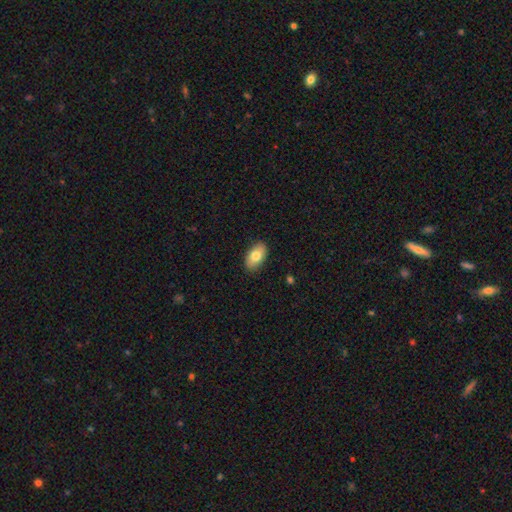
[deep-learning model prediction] smooth 79%, featured or disk 15%, star or artifact 6%. Down the decision tree: how rounded — in between (93%); merging — none (87%).